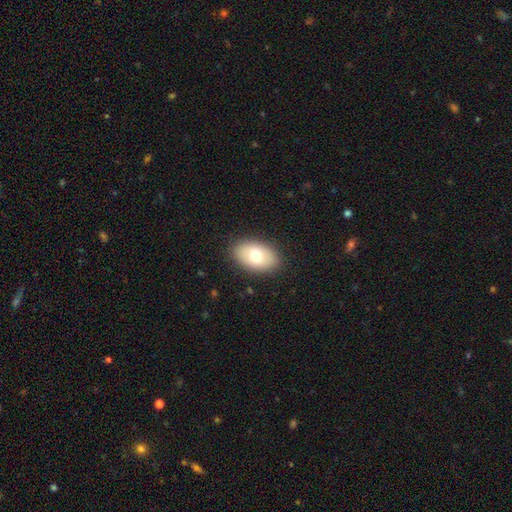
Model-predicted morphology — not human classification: Smooth or featured?
  - smooth: 72% *
  - featured or disk: 20%
  - star or artifact: 8%
How rounded?
  - in between: 90% *
  - round: 9%
  - cigar-shaped: 1%
Merging?
  - none: 87% *
  - minor disturbance: 9%
  - major disturbance: 3%
  - merger: 1%